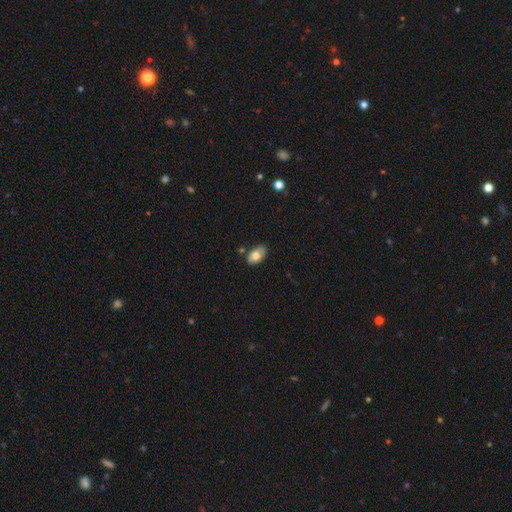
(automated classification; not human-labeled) Q: Smooth or featured?
A: smooth (73%); runner-up: featured or disk (19%)
Q: How rounded?
A: in between (92%); runner-up: round (6%)
Q: Merging?
A: none (77%); runner-up: minor disturbance (16%)